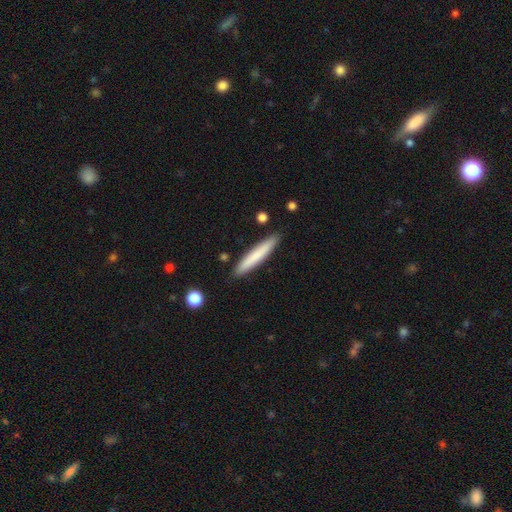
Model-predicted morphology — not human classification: A smooth galaxy with no disk features (73%) that is cigar-shaped (95%). Merging: none (89%).